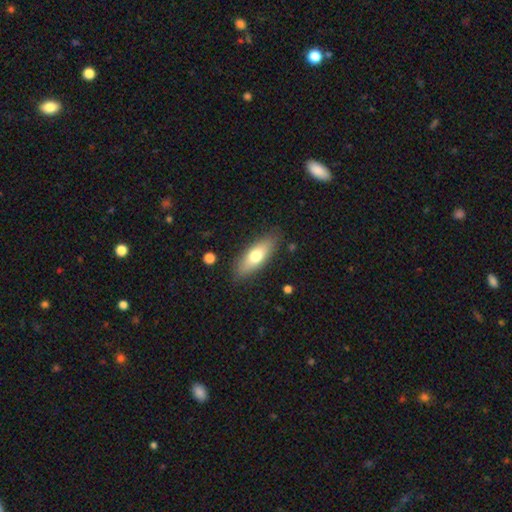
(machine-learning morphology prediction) smooth-or-featured: smooth: 67% | featured or disk: 27% | star or artifact: 6%
  how-rounded: in between: 65% | cigar-shaped: 32% | round: 3%
  merging: none: 85% | minor disturbance: 11% | major disturbance: 3% | merger: 1%